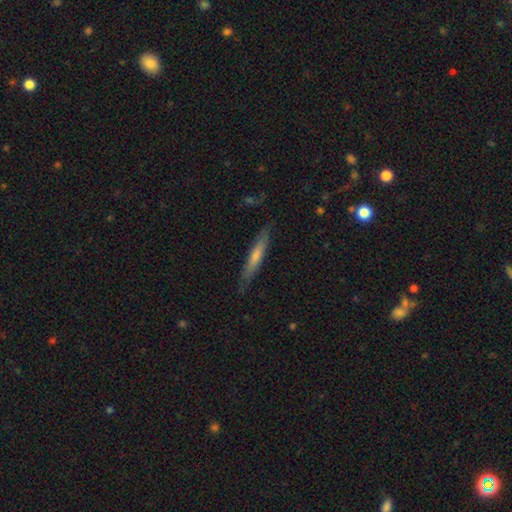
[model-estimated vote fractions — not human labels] Smooth or featured: smooth — 53% (featured or disk — 42%)
How rounded: cigar-shaped — 94% (in between — 5%)
Merging: none — 85% (minor disturbance — 12%)